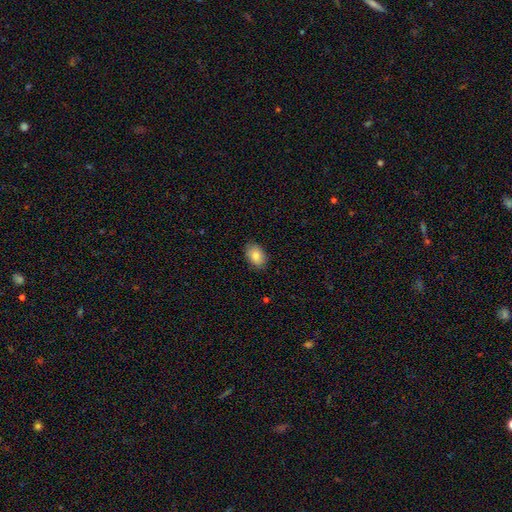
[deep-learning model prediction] This is clearly a smooth galaxy (83%). How rounded: clearly in between (83%). Merging: clearly none (86%).